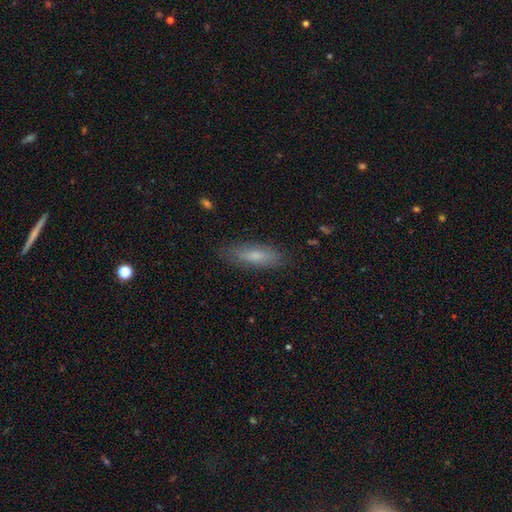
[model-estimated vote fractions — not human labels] Smooth or featured: smooth — 72% (featured or disk — 21%)
How rounded: cigar-shaped — 56% (in between — 42%)
Merging: none — 84% (minor disturbance — 12%)